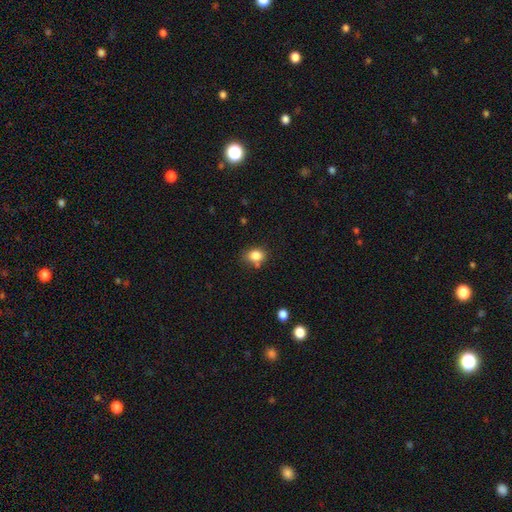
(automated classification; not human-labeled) This appears to be a smooth galaxy with no disk features (83%) that is in between round and cigar-shaped (52%). Merging: none (65%).